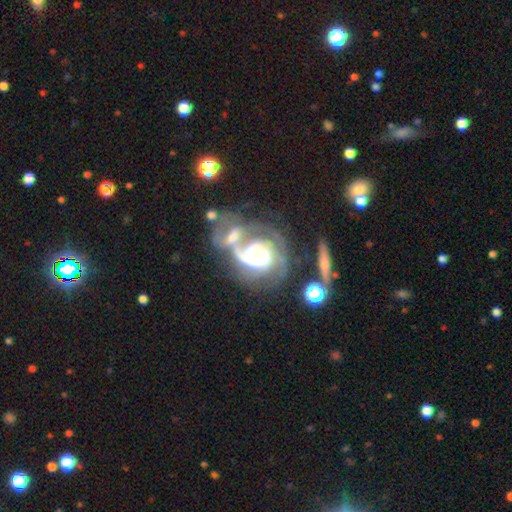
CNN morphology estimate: Smooth or featured?
  - featured or disk: 82% *
  - smooth: 11%
  - star or artifact: 6%
Edge-on disk?
  - no: 97% *
  - yes: 3%
Bar?
  - no: 67% *
  - weak: 25%
  - strong: 9%
Spiral arms?
  - yes: 92% *
  - no: 8%
Spiral winding?
  - tight: 49% *
  - medium: 36%
  - loose: 15%
Spiral arm count?
  - 2: 45% *
  - can't tell: 23%
  - 1: 13%
  - 3: 12%
  - 4: 4%
  - more than 4: 3%
Bulge size?
  - moderate: 42% *
  - small: 38%
  - large: 13%
  - none: 5%
  - dominant: 3%
Merging?
  - merger: 49% *
  - none: 22%
  - major disturbance: 18%
  - minor disturbance: 11%